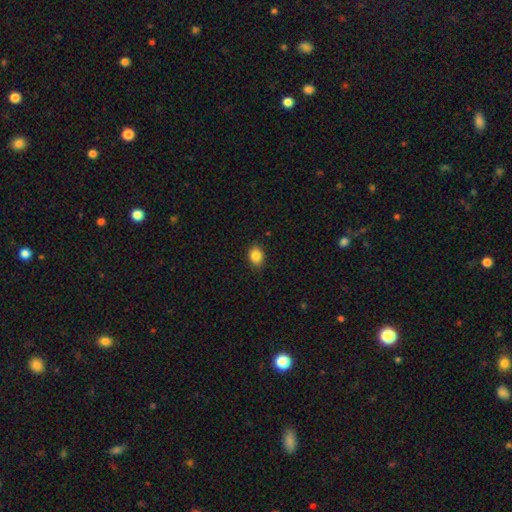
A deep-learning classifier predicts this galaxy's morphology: Overall: smooth (85%). How rounded: in between (53%; round 46%). Merging: none (86%).